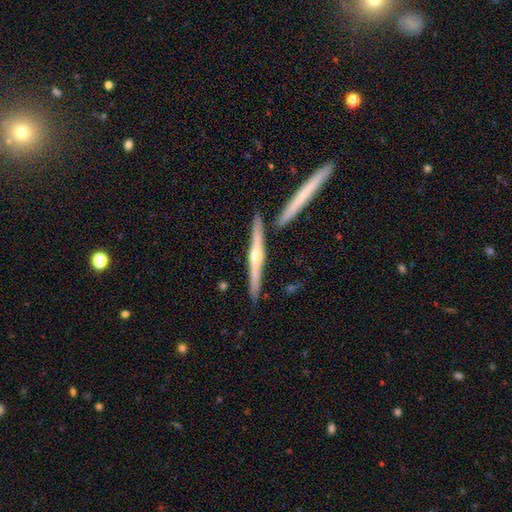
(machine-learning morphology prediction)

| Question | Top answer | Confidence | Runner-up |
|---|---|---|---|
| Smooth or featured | featured or disk | 72% | smooth (23%) |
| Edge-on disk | yes | 97% | no (3%) |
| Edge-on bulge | rounded | 78% | none (15%) |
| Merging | none | 82% | minor disturbance (9%) |